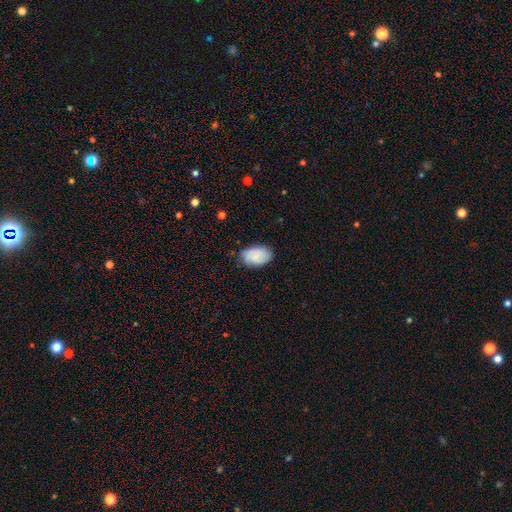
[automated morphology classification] A smooth galaxy with no disk features (78%) that is in between round and cigar-shaped (91%). Merging: none (73%).